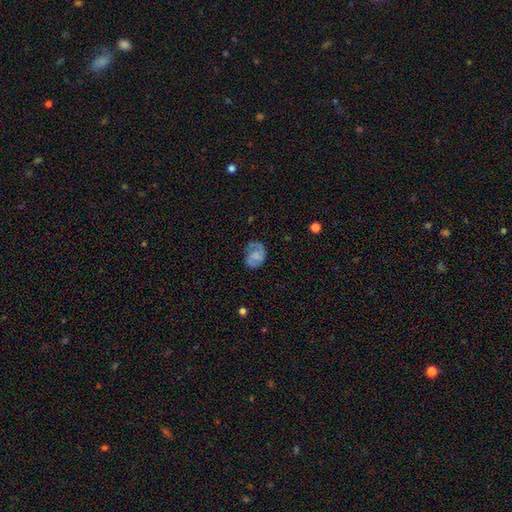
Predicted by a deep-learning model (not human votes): Morphology: type=featured or disk (53%); edge-on=no (97%); bar=no (64%); spiral arms=yes (78%); bulge=none (38%); merging=none (60%).